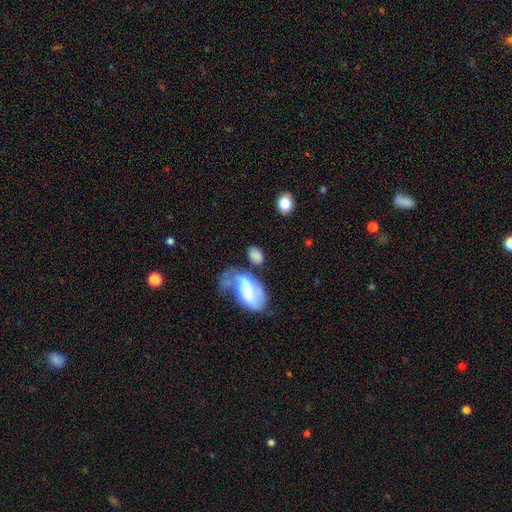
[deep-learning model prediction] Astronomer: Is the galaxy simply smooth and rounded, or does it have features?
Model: smooth — 70%.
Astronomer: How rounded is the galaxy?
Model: in between — 83%.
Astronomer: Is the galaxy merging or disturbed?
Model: none — 40% (runner-up: merger, 24%).